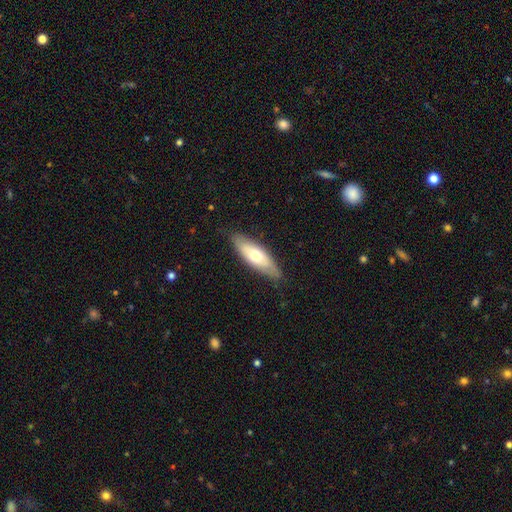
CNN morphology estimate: The model was most divided on "how rounded": in between: 58%, cigar-shaped: 40%, round: 2%. More confident: merging — none (82%); smooth or featured — smooth (58%).